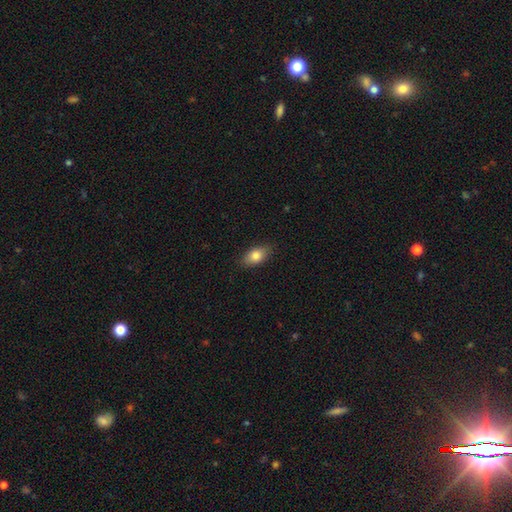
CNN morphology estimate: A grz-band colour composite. It shows a smooth galaxy with no disk features (82%) that is in between round and cigar-shaped (89%). Merging: none (86%).